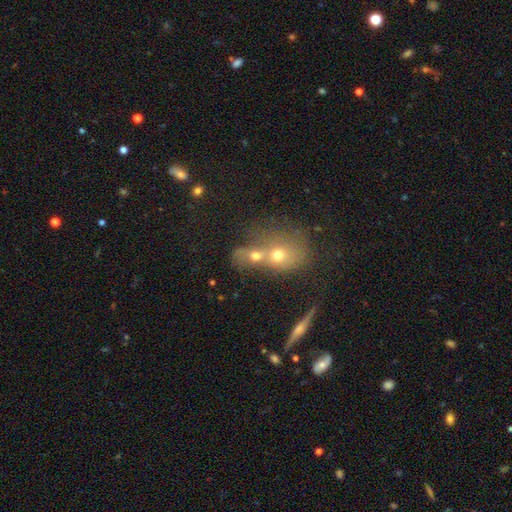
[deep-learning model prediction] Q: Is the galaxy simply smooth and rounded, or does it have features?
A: smooth — 60%.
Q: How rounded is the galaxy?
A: round — 60%.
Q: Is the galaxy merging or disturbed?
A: merger — 74%.